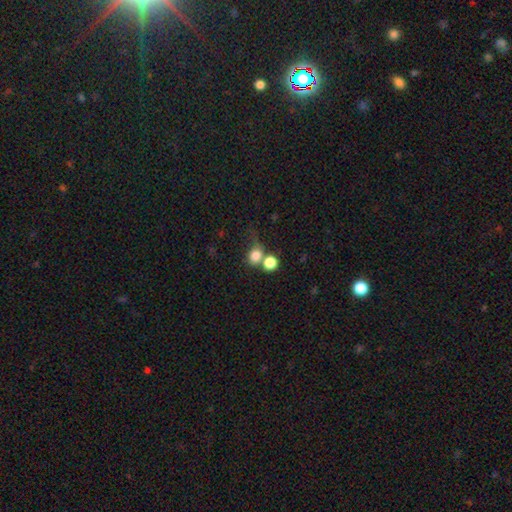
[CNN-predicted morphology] This is likely a smooth galaxy (79%). How rounded: likely round (73%). Merging: marginally merger (41%).